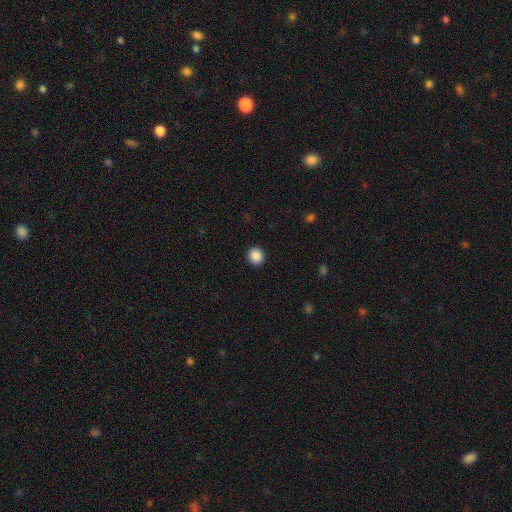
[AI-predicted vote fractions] smooth_or_featured: smooth (p=0.89) [alt: star or artifact p=0.09]
how_rounded: round (p=0.90) [alt: in between p=0.10]
merging: none (p=0.92) [alt: minor disturbance p=0.05]